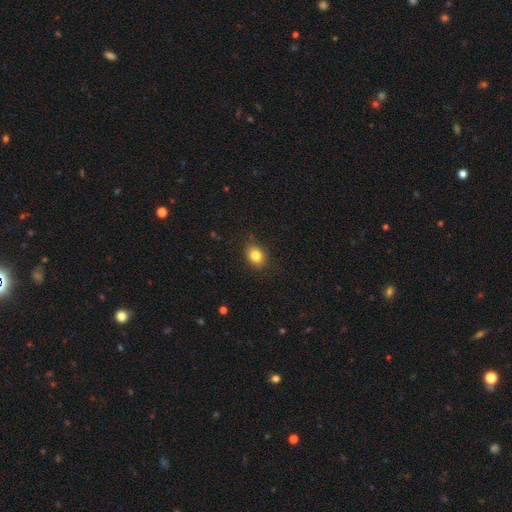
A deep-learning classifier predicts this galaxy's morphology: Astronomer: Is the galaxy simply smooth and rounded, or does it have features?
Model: smooth — 82%.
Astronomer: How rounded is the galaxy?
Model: in between — 53% (runner-up: round, 46%).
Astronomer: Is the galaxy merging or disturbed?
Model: none — 84%.